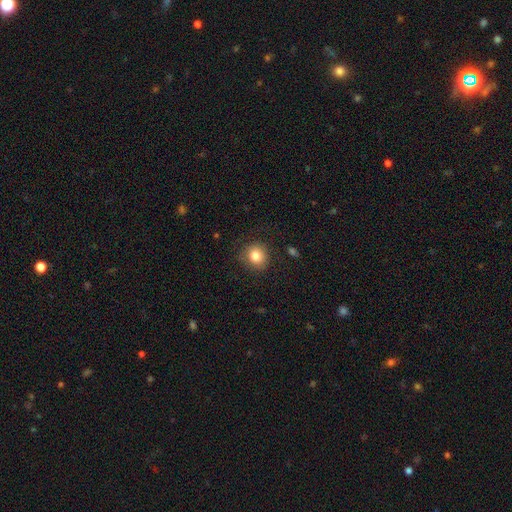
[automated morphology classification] This is clearly a smooth galaxy (82%). How rounded: clearly round (85%). Merging: clearly none (84%).